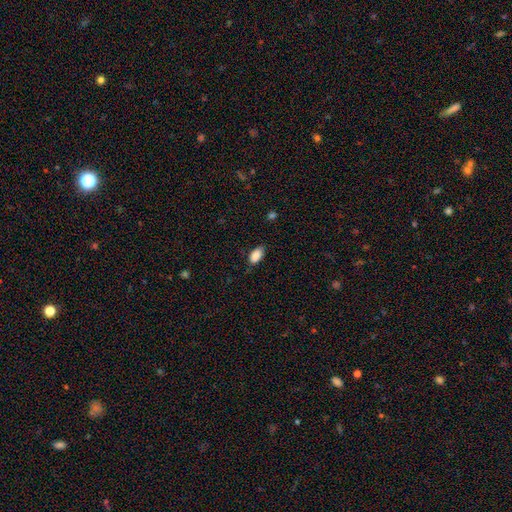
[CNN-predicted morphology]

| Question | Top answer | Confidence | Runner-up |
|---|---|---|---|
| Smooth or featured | smooth | 88% | star or artifact (7%) |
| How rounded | in between | 93% | round (4%) |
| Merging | none | 77% | minor disturbance (18%) |